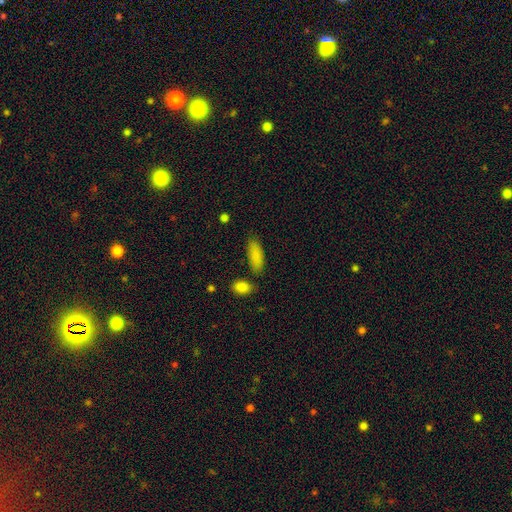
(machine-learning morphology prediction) This appears to be a smooth galaxy with no disk features (88%) that is in between round and cigar-shaped (72%). Merging: none (79%).